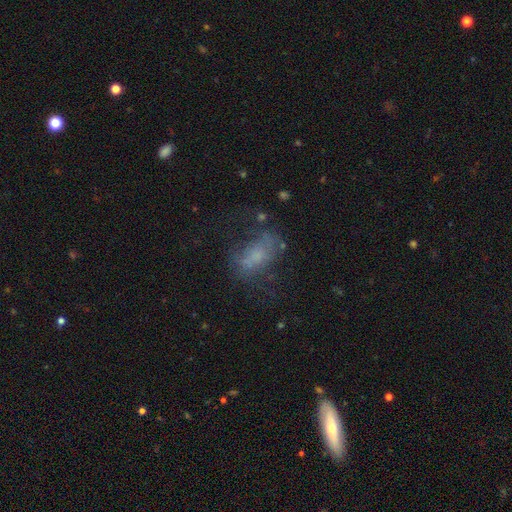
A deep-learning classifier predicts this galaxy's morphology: Smooth or featured? smooth (45%)
Merging? none (42%)